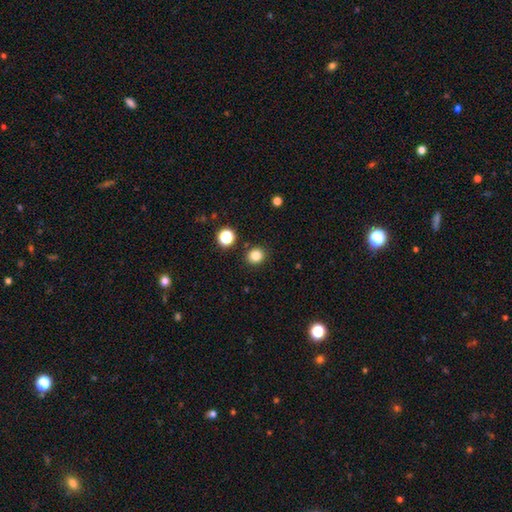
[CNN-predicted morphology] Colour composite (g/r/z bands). It shows a smooth galaxy with no disk features (82%) that is round (87%). Merging: none (90%).